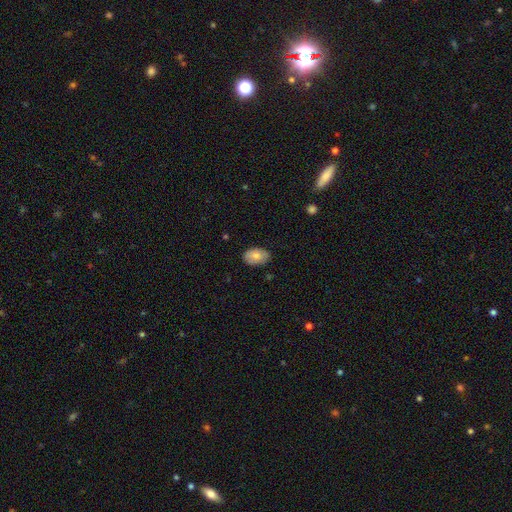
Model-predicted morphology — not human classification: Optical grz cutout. It shows a smooth galaxy with no disk features (77%) that is in between round and cigar-shaped (88%). Merging: none (78%).